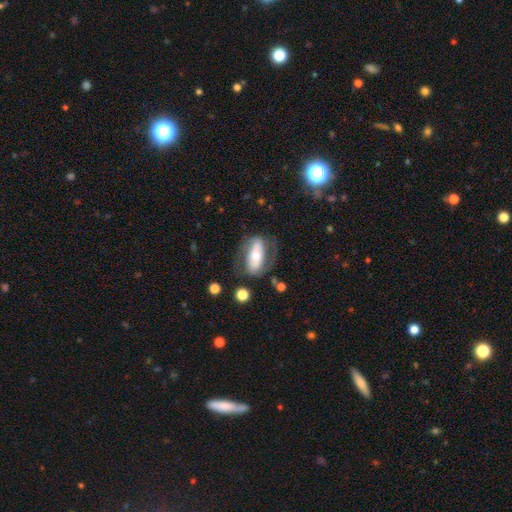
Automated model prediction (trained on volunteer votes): Smooth or featured? Predicted: featured or disk (p=0.57). Edge-on disk? Predicted: no (p=0.84). Merging? Predicted: none (p=0.61).